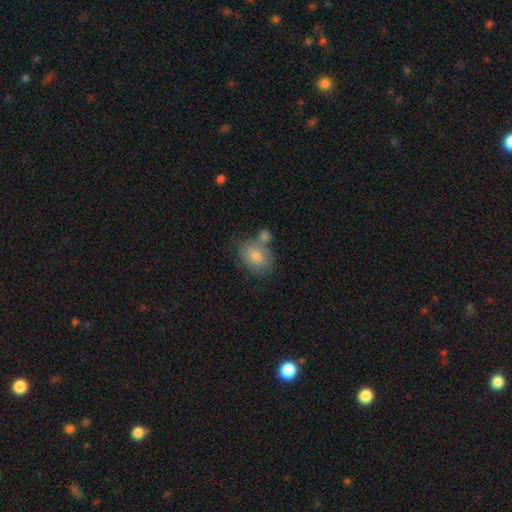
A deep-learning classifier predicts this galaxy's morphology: Smooth or featured? smooth (74%)
How rounded? in between (65%)
Merging? none (55%)